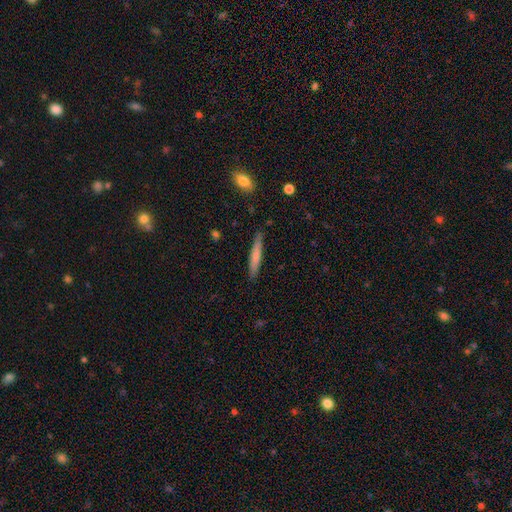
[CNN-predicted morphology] The model was most divided on "smooth or featured": smooth: 67%, featured or disk: 27%, star or artifact: 6%. More confident: how rounded — cigar-shaped (94%); merging — none (87%).